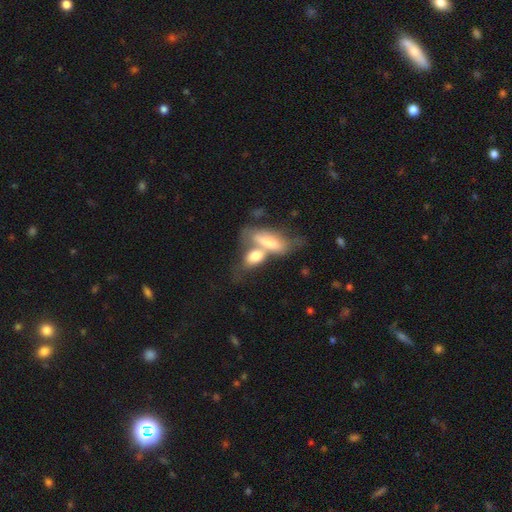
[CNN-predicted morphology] smooth_or_featured: smooth (p=0.69) [alt: featured or disk p=0.25]
how_rounded: in between (p=0.78) [alt: cigar-shaped p=0.15]
merging: merger (p=0.65) [alt: none p=0.18]